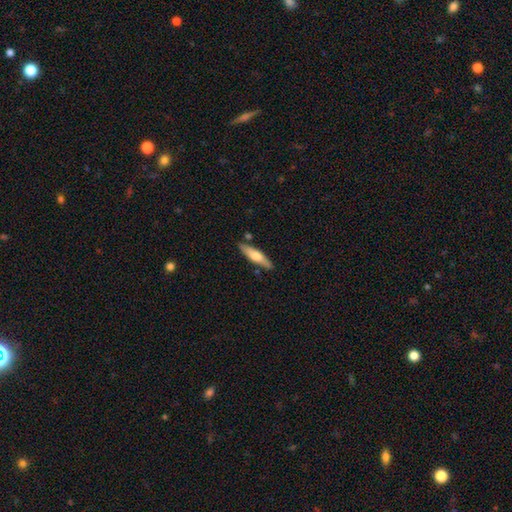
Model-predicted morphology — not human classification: This appears to be a smooth galaxy with no disk features (55%) that is cigar-shaped (71%). Merging: none (82%).